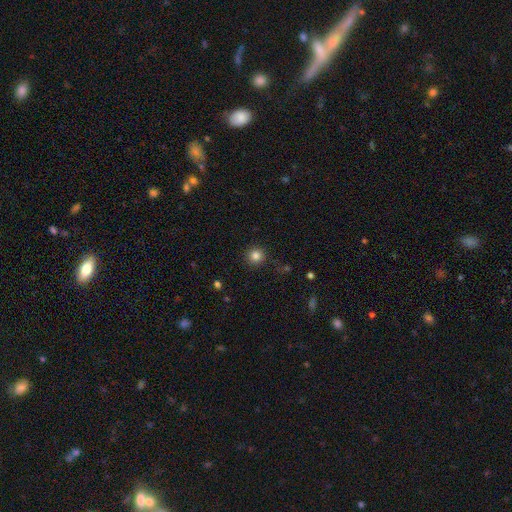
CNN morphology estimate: Overall: smooth (83%). How rounded: round (95%). Merging: none (91%).